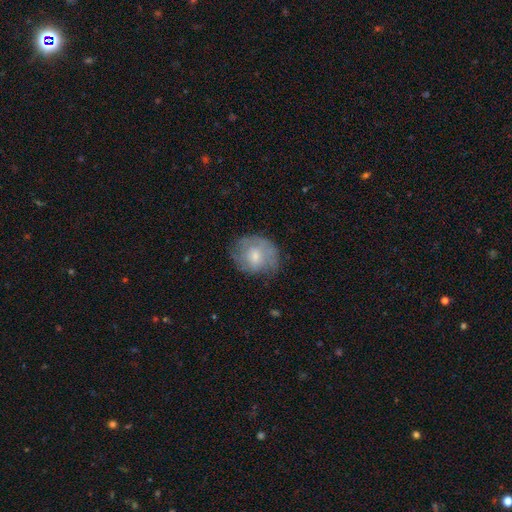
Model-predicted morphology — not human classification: This appears to be a smooth galaxy with no disk features (54%) that is round (58%). Merging: none (61%).